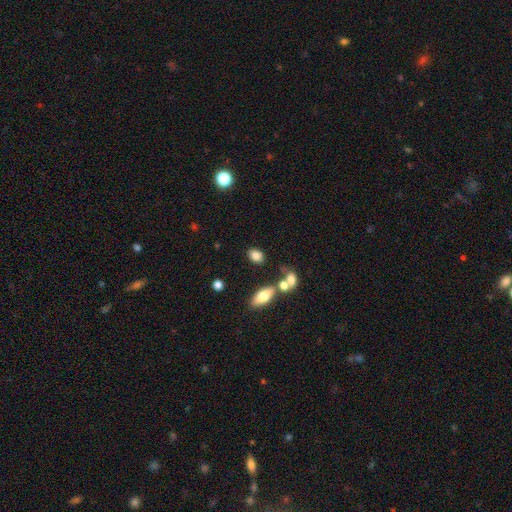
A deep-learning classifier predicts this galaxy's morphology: A smooth galaxy with no disk features (83%) that is in between round and cigar-shaped (70%). Merging: none (75%).